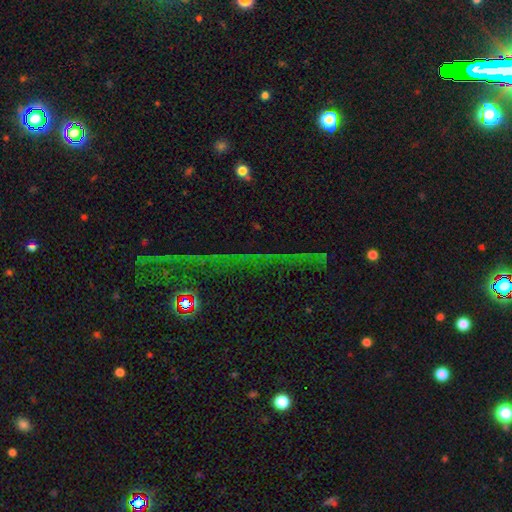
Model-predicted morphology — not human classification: Smooth or featured?
  - star or artifact: 74% *
  - featured or disk: 15%
  - smooth: 12%